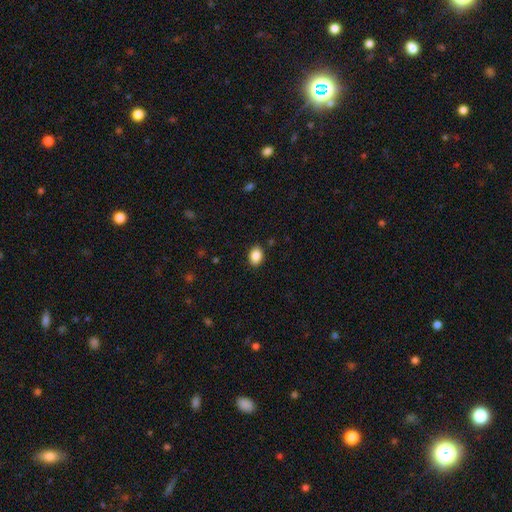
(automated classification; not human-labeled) Smooth or featured?
  - smooth: 87% *
  - star or artifact: 8%
  - featured or disk: 5%
How rounded?
  - in between: 76% *
  - round: 23%
  - cigar-shaped: 1%
Merging?
  - none: 88% *
  - minor disturbance: 9%
  - major disturbance: 2%
  - merger: 1%